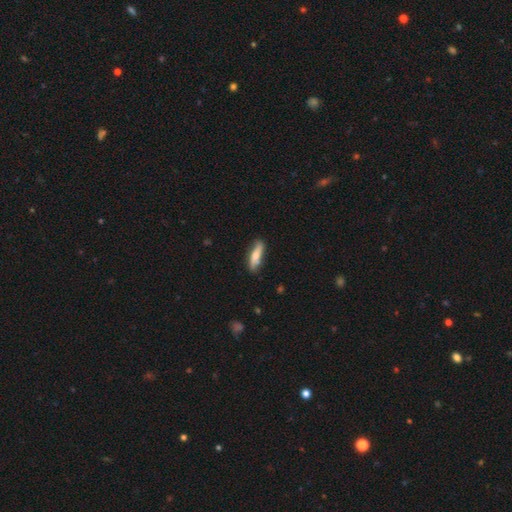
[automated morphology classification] Overall: smooth (61%; featured or disk 34%). How rounded: cigar-shaped (64%; in between 34%). Merging: none (78%).